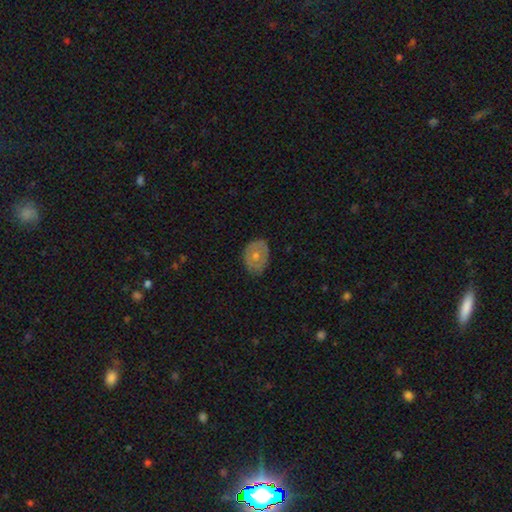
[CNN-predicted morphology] This is possibly a smooth galaxy (55%). How rounded: likely in between (64%). Merging: likely none (75%).